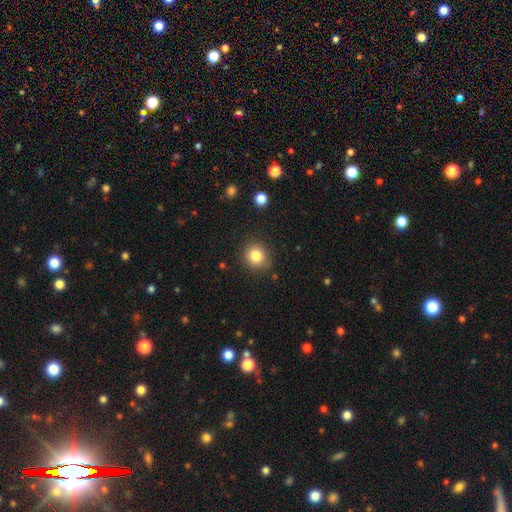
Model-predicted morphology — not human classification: type=smooth (83%); roundness=round (78%); merging=none (85%).